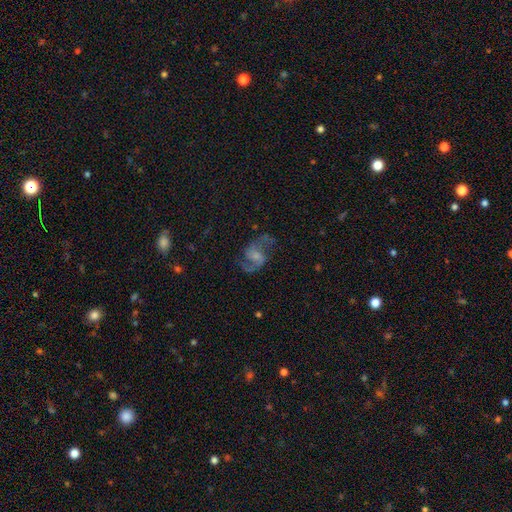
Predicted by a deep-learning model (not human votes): A featured or disk galaxy (83%) with no bar (47%), 2 (92%) loose (48%) spiral arms (95%) and a small central bulge (36%).

Vote fractions:
- Smooth or featured? featured or disk: 83% / smooth: 10% / star or artifact: 7%
- Edge-on disk? no: 98% / yes: 2%
- Bar? no: 47% / weak: 43% / strong: 10%
- Spiral arms? yes: 95% / no: 5%
- Spiral winding? loose: 48% / medium: 45% / tight: 7%
- Spiral arm count? 2: 92% / 1: 3% / can't tell: 3% / 3: 1% / 4: 1% / more than 4: 1%
- Bulge size? small: 36% / none: 27% / moderate: 27% / large: 8% / dominant: 2%
- Merging? none: 67% / minor disturbance: 16% / major disturbance: 14% / merger: 2%